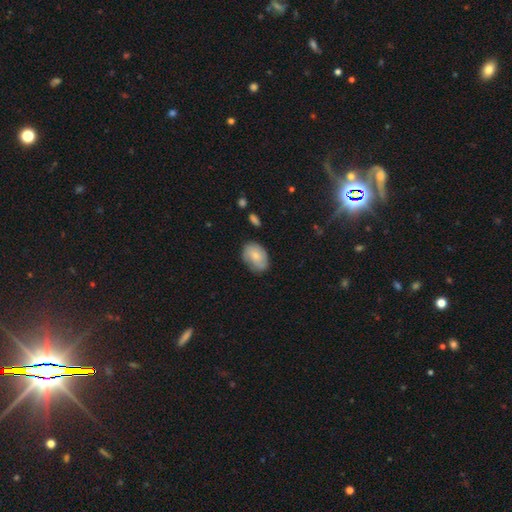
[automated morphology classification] smooth_or_featured: smooth (p=0.72) [alt: featured or disk p=0.21]
how_rounded: in between (p=0.78) [alt: round p=0.20]
merging: none (p=0.69) [alt: minor disturbance p=0.24]